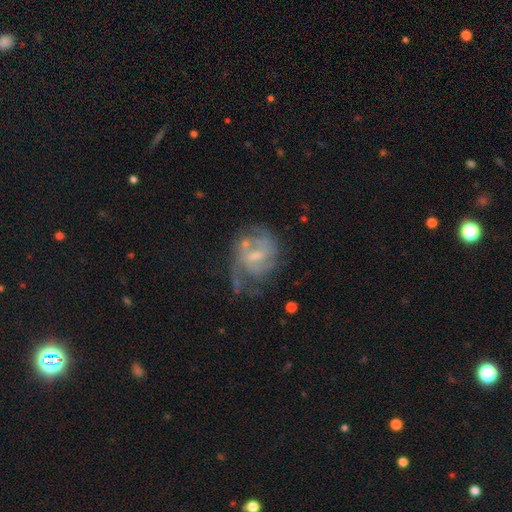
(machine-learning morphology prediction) Overall: featured or disk (74%). Edge-on disk: no (97%). Bar: weak (55%; no 32%). Spiral arms: yes (77%). Spiral arm count: can't tell (39%; 2 31%). Spiral winding: medium (41%; tight 38%). Bulge size: small (43%; moderate 36%). Merging: none (43%; major disturbance 25%).